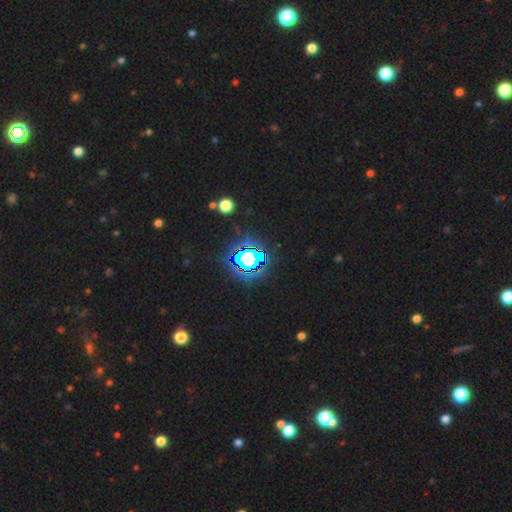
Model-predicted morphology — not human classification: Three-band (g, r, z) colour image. It shows a star or artifact, not a galaxy (79%).